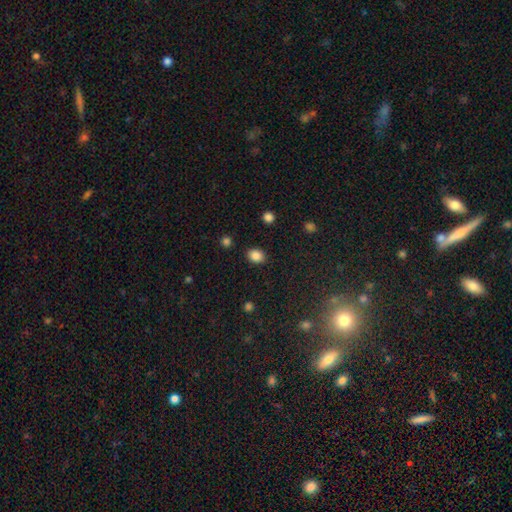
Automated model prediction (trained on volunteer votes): Smooth or featured: smooth — 86% (star or artifact — 10%)
How rounded: in between — 59% (round — 40%)
Merging: none — 88% (minor disturbance — 8%)